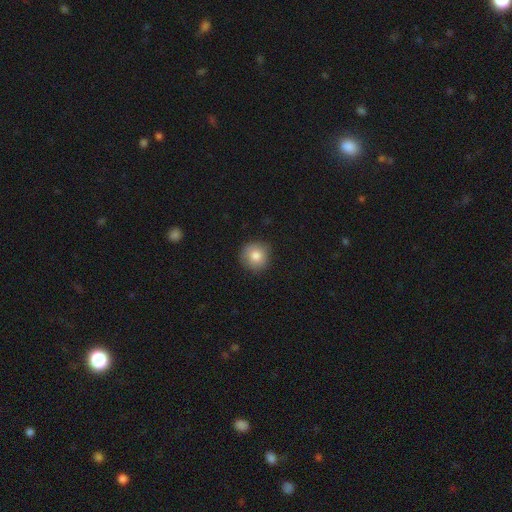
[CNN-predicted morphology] Smooth or featured? smooth (82%)
How rounded? round (93%)
Merging? none (87%)